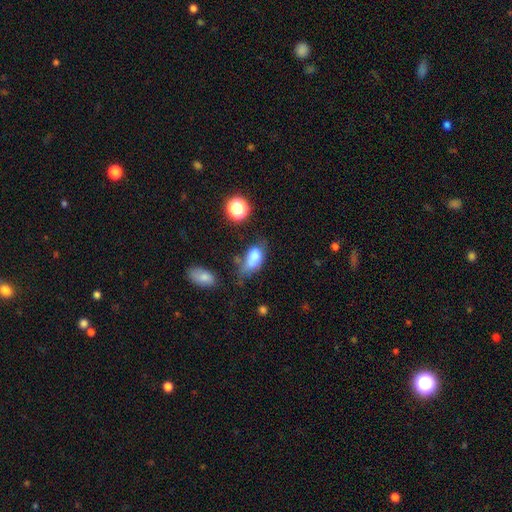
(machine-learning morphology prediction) Q: Smooth or featured?
A: smooth (75%); runner-up: featured or disk (14%)
Q: How rounded?
A: in between (88%); runner-up: round (8%)
Q: Merging?
A: minor disturbance (33%); runner-up: none (31%)